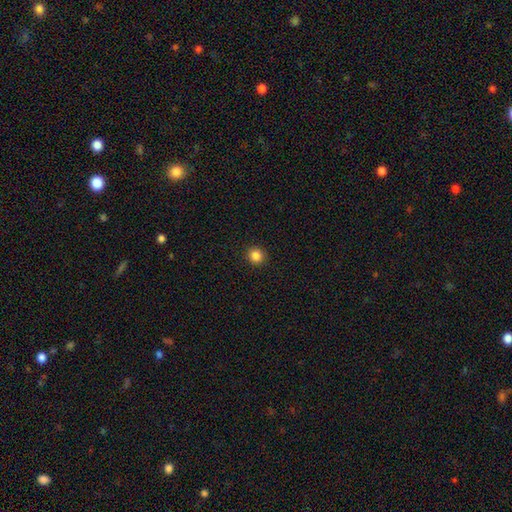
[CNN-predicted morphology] A smooth galaxy with no disk features (85%) that is round (91%). Merging: none (93%).